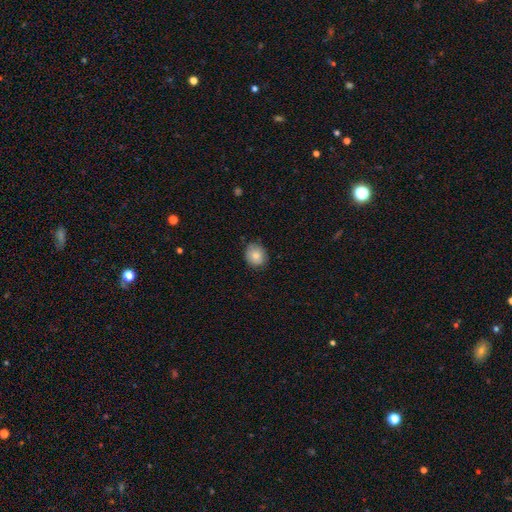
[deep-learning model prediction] Smooth or featured? smooth (79%)
How rounded? round (73%)
Merging? none (80%)